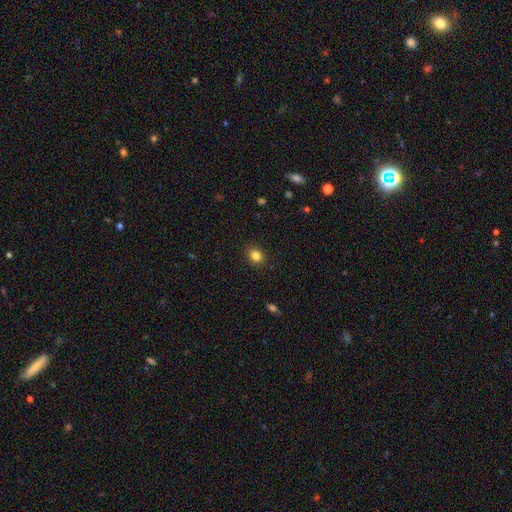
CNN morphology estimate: This is clearly a smooth galaxy (83%). How rounded: likely round (68%). Merging: clearly none (90%).